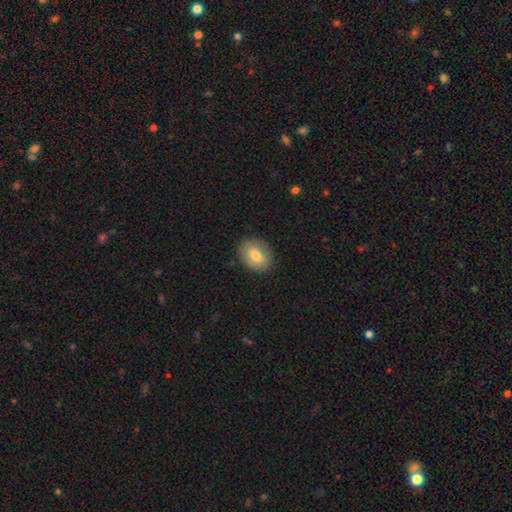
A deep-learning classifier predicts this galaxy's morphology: Smooth or featured? smooth (75%)
How rounded? in between (68%)
Merging? none (85%)